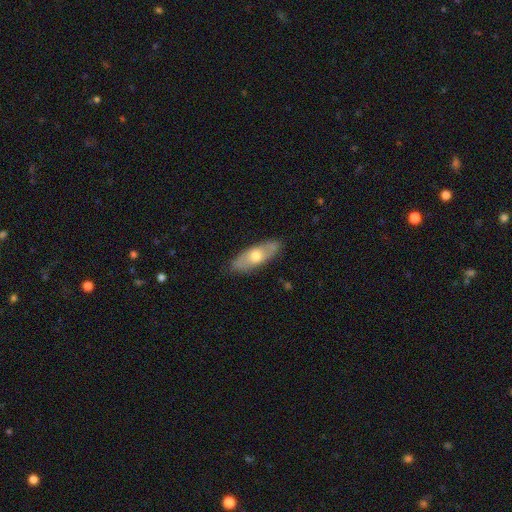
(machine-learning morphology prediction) Overall: smooth (51%; featured or disk 43%). How rounded: in between (70%). Merging: none (84%).